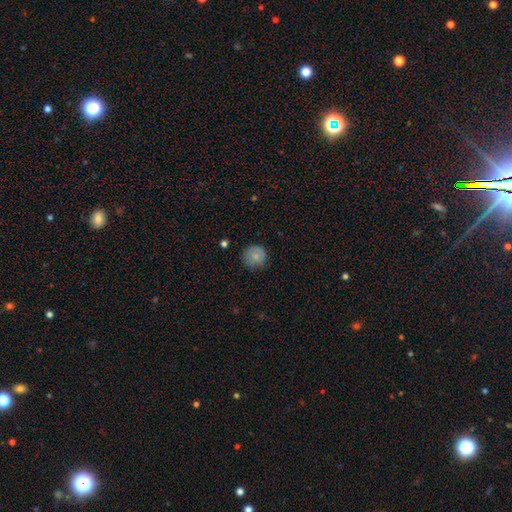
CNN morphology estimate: Q: Smooth or featured?
A: smooth (77%); runner-up: featured or disk (15%)
Q: How rounded?
A: round (93%); runner-up: in between (6%)
Q: Merging?
A: none (80%); runner-up: minor disturbance (15%)